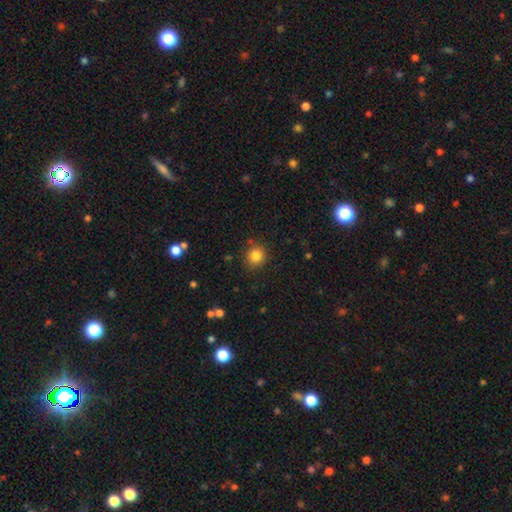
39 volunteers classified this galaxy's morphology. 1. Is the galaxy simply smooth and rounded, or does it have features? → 92% smooth, 8% featured or disk, 0% star or artifact.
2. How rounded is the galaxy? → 86% round, 14% in between, 0% cigar-shaped.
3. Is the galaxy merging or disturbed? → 82% none, 10% minor disturbance, 5% major disturbance, 3% merger.